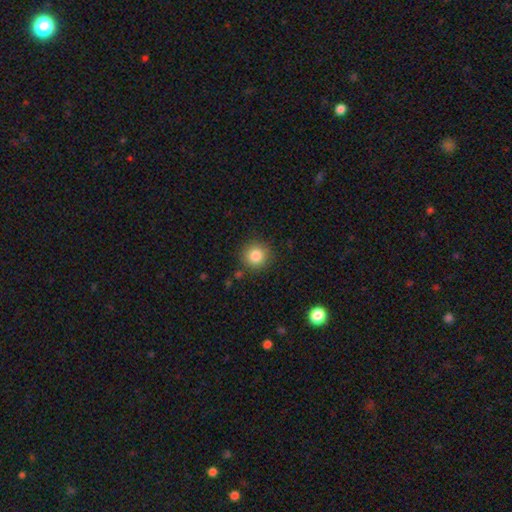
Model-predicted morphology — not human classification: This is clearly a smooth galaxy (85%). How rounded: clearly round (94%). Merging: clearly none (87%).